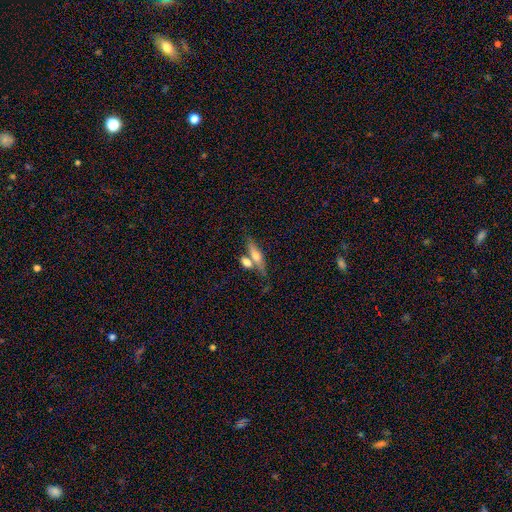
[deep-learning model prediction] A smooth galaxy with no disk features (52%) that is cigar-shaped (61%). Merging: none (54%).